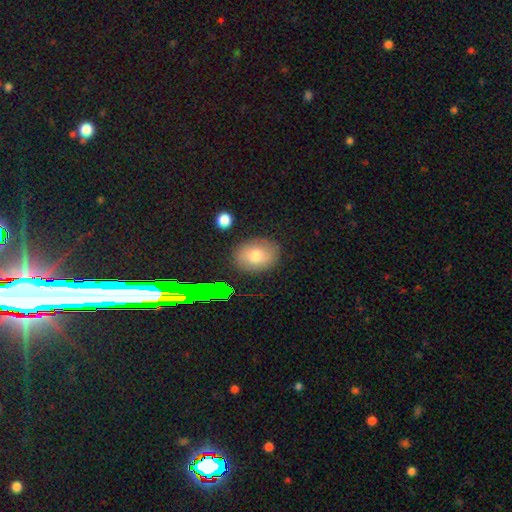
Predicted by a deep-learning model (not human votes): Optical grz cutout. It shows a smooth galaxy with no disk features (75%) that is in between round and cigar-shaped (72%). Merging: none (83%).